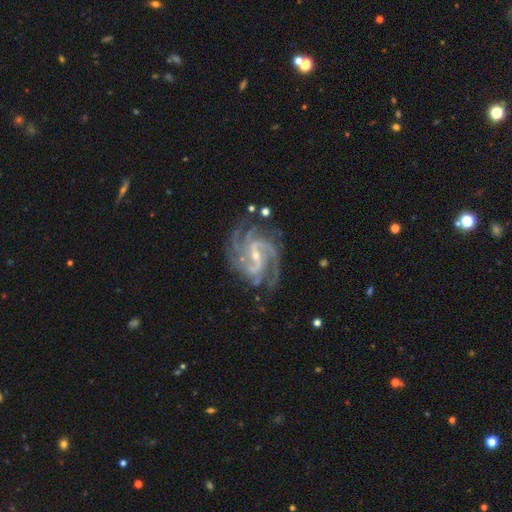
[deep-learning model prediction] Smooth or featured?
  - featured or disk: 93% *
  - star or artifact: 5%
  - smooth: 2%
Edge-on disk?
  - no: 98% *
  - yes: 2%
Bar?
  - weak: 44% *
  - strong: 37%
  - no: 19%
Spiral arms?
  - yes: 99% *
  - no: 1%
Spiral winding?
  - medium: 48% *
  - tight: 44%
  - loose: 8%
Spiral arm count?
  - 4: 28% *
  - 3: 27%
  - 2: 19%
  - can't tell: 11%
  - more than 4: 9%
  - 1: 7%
Bulge size?
  - small: 71% *
  - moderate: 25%
  - none: 2%
  - large: 1%
  - dominant: 1%
Merging?
  - none: 75% *
  - minor disturbance: 16%
  - major disturbance: 7%
  - merger: 2%